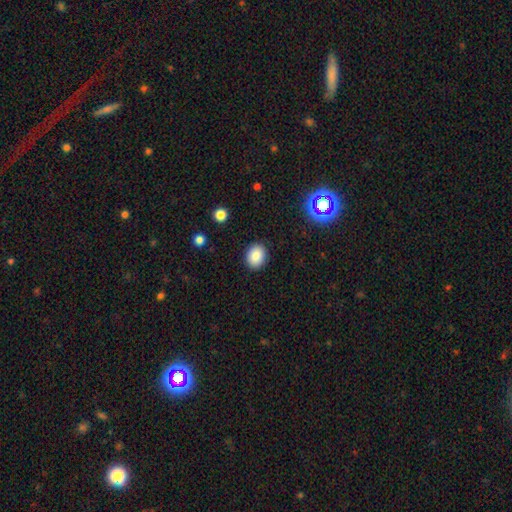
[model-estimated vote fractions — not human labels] smooth_or_featured: smooth (p=0.84) [alt: star or artifact p=0.10]
how_rounded: round (p=0.62) [alt: in between p=0.37]
merging: none (p=0.90) [alt: minor disturbance p=0.07]